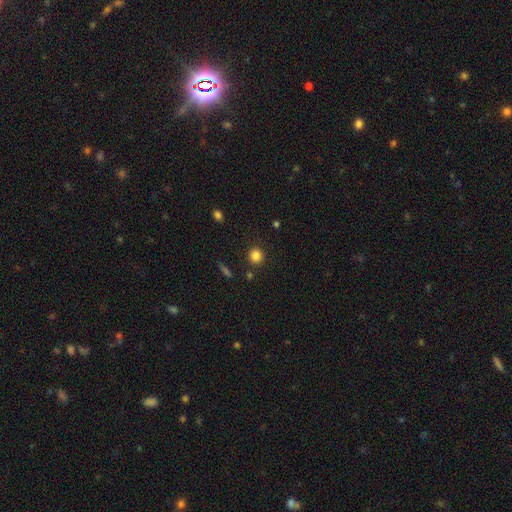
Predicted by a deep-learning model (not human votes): Smooth or featured: smooth — 83% (star or artifact — 12%)
How rounded: round — 89% (in between — 10%)
Merging: none — 87% (minor disturbance — 7%)